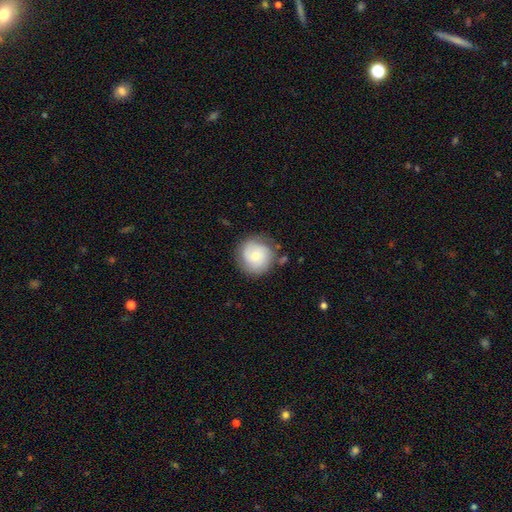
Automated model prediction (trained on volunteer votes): Smooth or featured?
  - smooth: 49% *
  - featured or disk: 44%
  - star or artifact: 7%
Merging?
  - none: 78% *
  - minor disturbance: 15%
  - major disturbance: 5%
  - merger: 2%